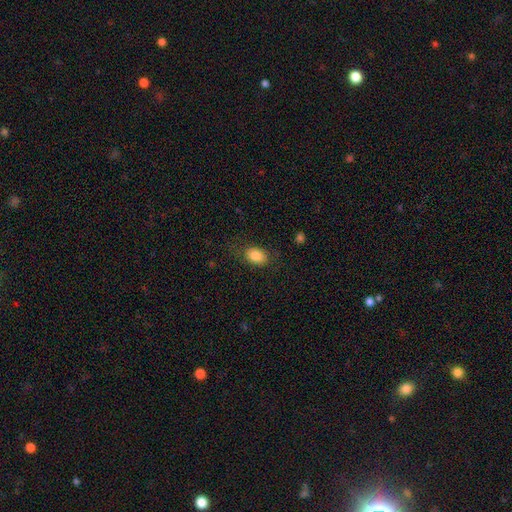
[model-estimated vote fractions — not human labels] Morphology: type=smooth (85%); roundness=in between (81%); merging=none (77%).